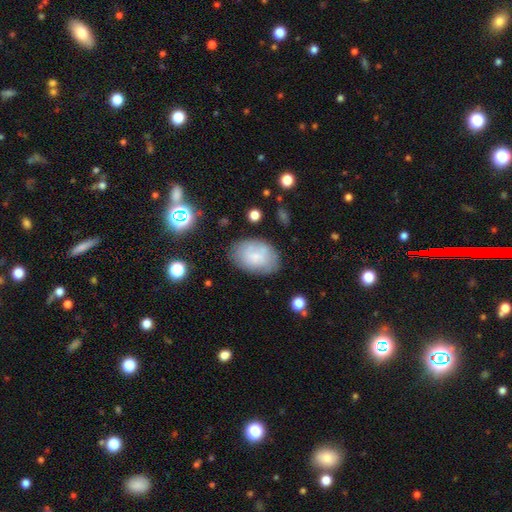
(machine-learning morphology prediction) A smooth galaxy with no disk features (67%) that is in between round and cigar-shaped (84%). Merging: none (75%).